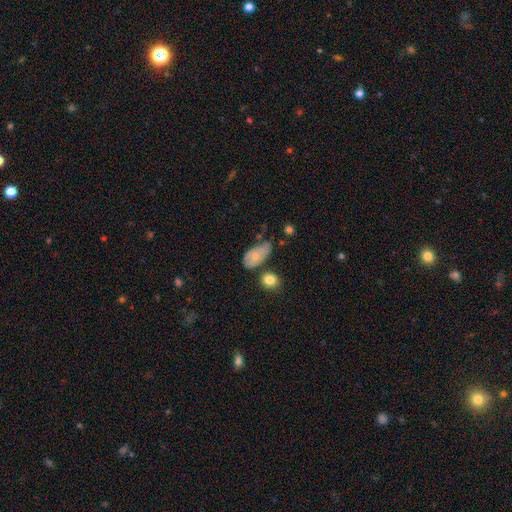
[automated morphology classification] Smooth or featured? Predicted: smooth (p=0.64). How rounded? Predicted: in between (p=0.90). Merging? Predicted: none (p=0.42).